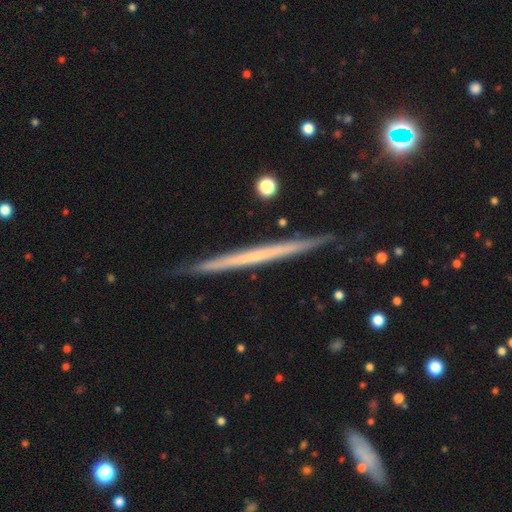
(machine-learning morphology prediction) Smooth or featured? Predicted: featured or disk (p=0.62). Edge-on disk? Predicted: yes (p=0.97). Edge-on bulge? Predicted: none (p=0.91). Merging? Predicted: none (p=0.88).